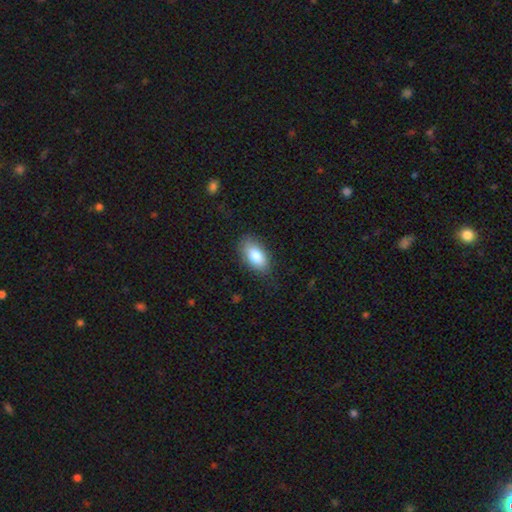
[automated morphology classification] A smooth galaxy with no disk features (82%) that is in between round and cigar-shaped (93%). Merging: none (81%).